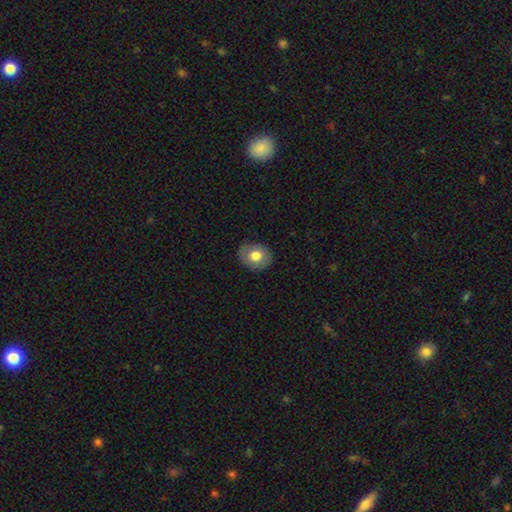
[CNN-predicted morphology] Q: Smooth or featured?
A: smooth (72%); runner-up: featured or disk (20%)
Q: How rounded?
A: in between (54%); runner-up: round (45%)
Q: Merging?
A: none (85%); runner-up: minor disturbance (11%)